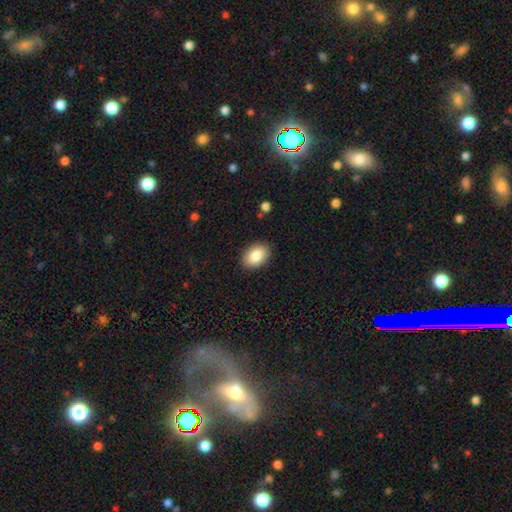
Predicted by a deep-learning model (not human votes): Smooth or featured? Predicted: smooth (p=0.86). How rounded? Predicted: in between (p=0.84). Merging? Predicted: none (p=0.89).